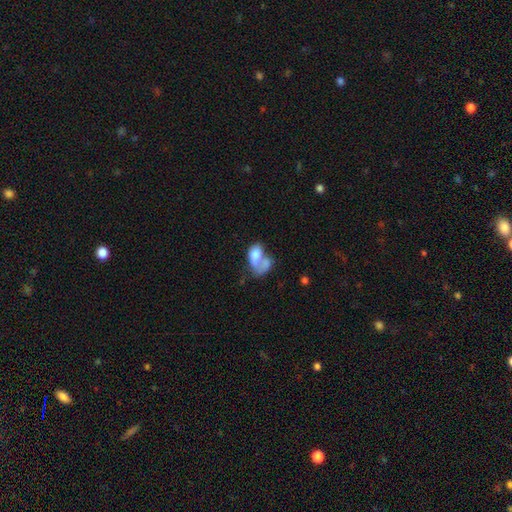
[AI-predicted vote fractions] Smooth or featured? smooth (70%)
How rounded? in between (88%)
Merging? merger (59%)